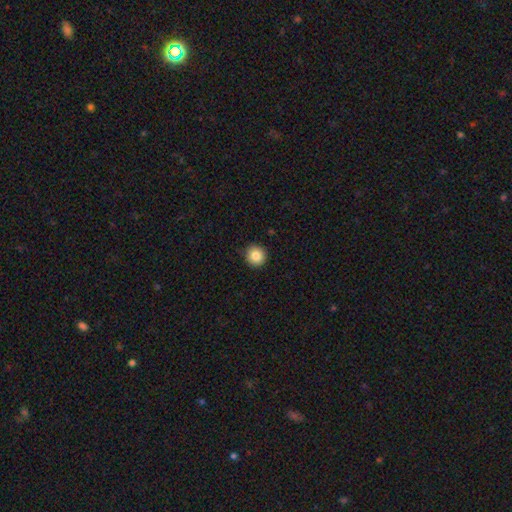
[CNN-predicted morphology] This is clearly a smooth galaxy (85%). How rounded: clearly round (95%). Merging: clearly none (92%).